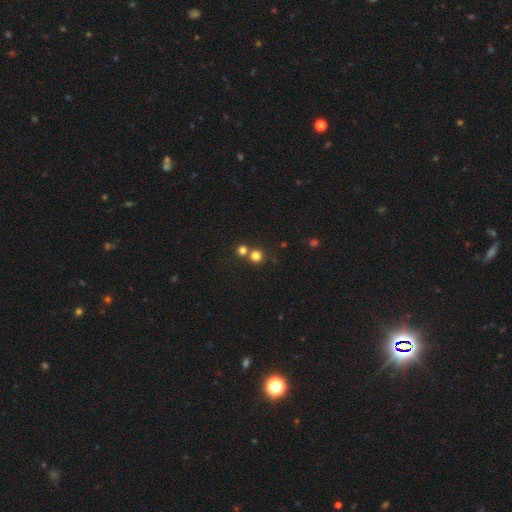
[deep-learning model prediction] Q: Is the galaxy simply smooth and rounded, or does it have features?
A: smooth — 78%.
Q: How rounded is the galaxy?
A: round — 92%.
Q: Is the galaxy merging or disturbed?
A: none — 63%.